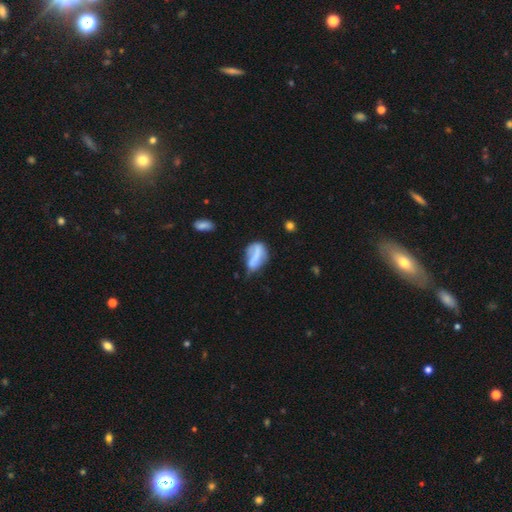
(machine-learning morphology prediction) Smooth or featured? smooth (59%)
How rounded? in between (82%)
Merging? minor disturbance (34%)